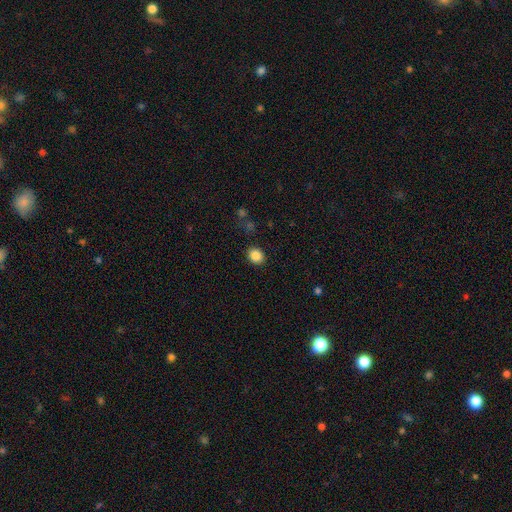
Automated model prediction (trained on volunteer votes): Q: Smooth or featured?
A: smooth (86%); runner-up: star or artifact (10%)
Q: How rounded?
A: round (69%); runner-up: in between (30%)
Q: Merging?
A: none (89%); runner-up: minor disturbance (7%)